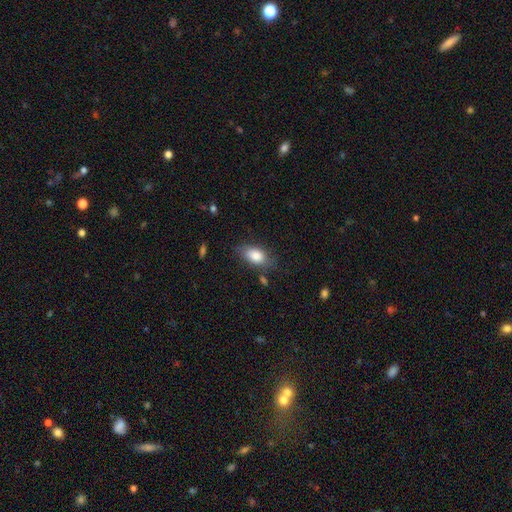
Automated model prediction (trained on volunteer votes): Smooth or featured?
  - smooth: 82% *
  - featured or disk: 11%
  - star or artifact: 7%
How rounded?
  - in between: 89% *
  - round: 6%
  - cigar-shaped: 5%
Merging?
  - none: 71% *
  - minor disturbance: 21%
  - major disturbance: 6%
  - merger: 3%